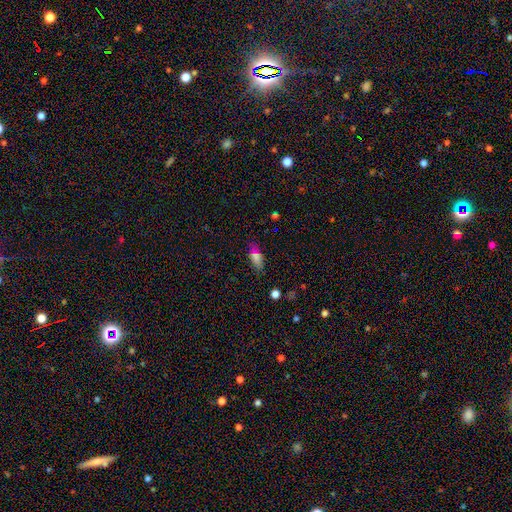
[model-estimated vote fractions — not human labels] Smooth or featured? smooth (75%)
How rounded? in between (77%)
Merging? none (77%)